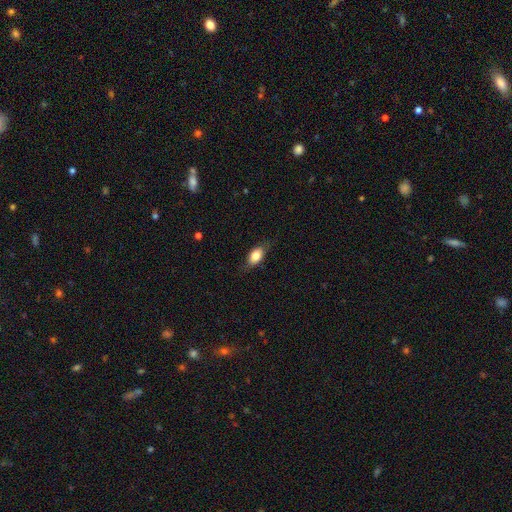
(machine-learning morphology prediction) smooth 78%, featured or disk 15%, star or artifact 7%. Down the decision tree: how rounded — in between (86%); merging — none (76%).